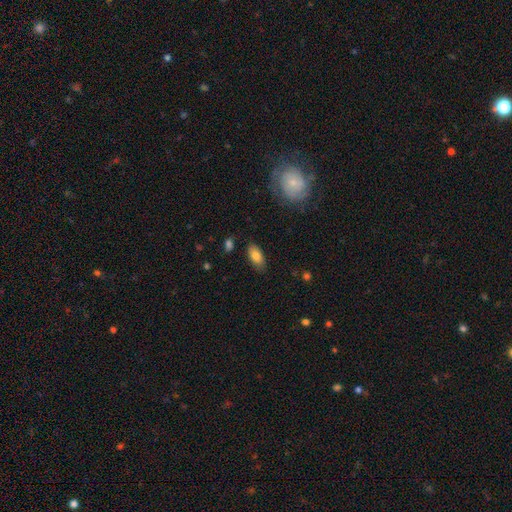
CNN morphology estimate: A smooth galaxy with no disk features (80%) that is in between round and cigar-shaped (91%). Merging: none (80%).